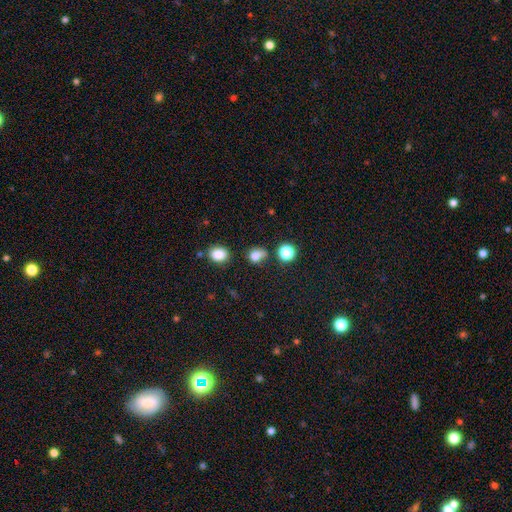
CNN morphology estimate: smooth_or_featured: smooth (p=0.77) [alt: star or artifact p=0.16]
how_rounded: round (p=0.57) [alt: in between p=0.41]
merging: none (p=0.54) [alt: minor disturbance p=0.23]